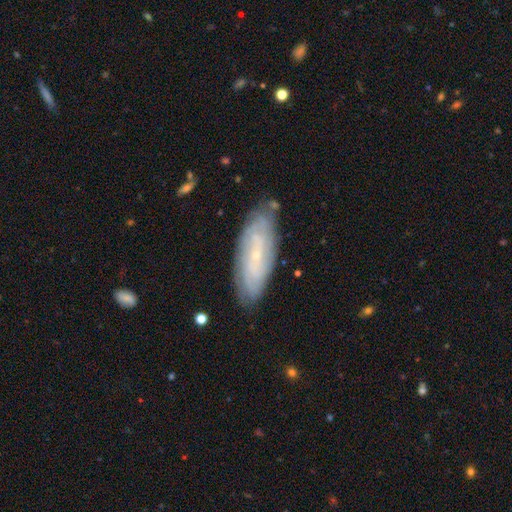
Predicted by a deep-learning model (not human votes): A featured or disk galaxy (67%) with no bar (62%), spiral arms (84%) and a small central bulge (84%). Merging: none (80%).